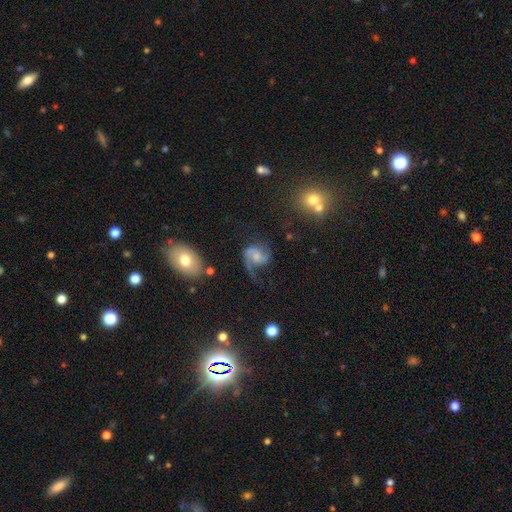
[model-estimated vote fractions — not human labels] Smooth or featured? featured or disk (83%)
Edge-on disk? no (98%)
Bar? no (57%)
Spiral arms? yes (96%)
Spiral winding? medium (49%)
Spiral arm count? 2 (83%)
Bulge size? small (36%)
Merging? none (55%)